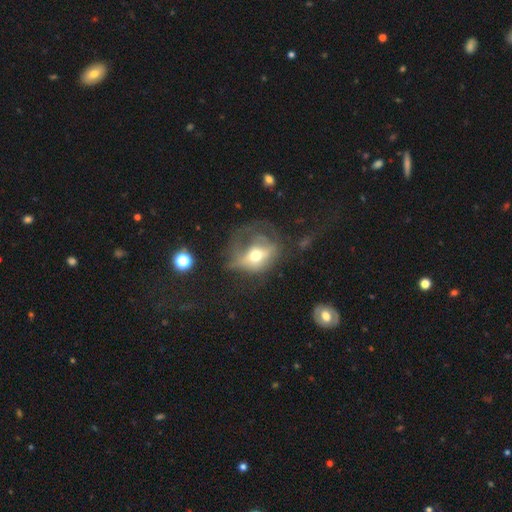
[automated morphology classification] This appears to be a featured or disk galaxy (46%). Merging: major disturbance (48%).